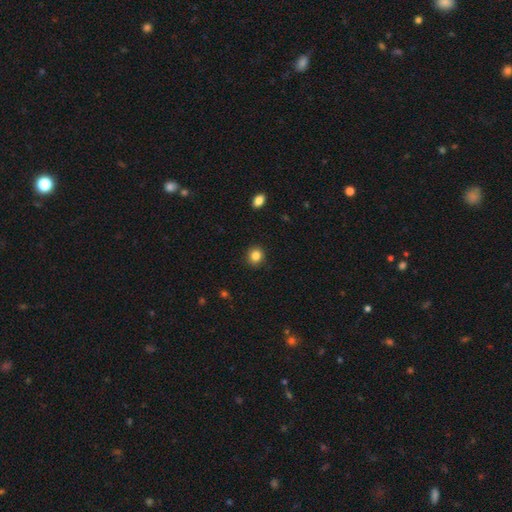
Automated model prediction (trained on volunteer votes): Q: Smooth or featured?
A: smooth (84%); runner-up: star or artifact (11%)
Q: How rounded?
A: round (83%); runner-up: in between (16%)
Q: Merging?
A: none (90%); runner-up: minor disturbance (7%)